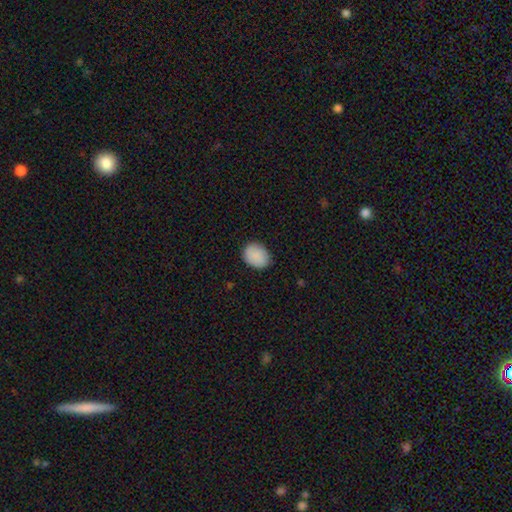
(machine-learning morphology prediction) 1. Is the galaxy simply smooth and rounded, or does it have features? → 89% smooth, 7% star or artifact, 4% featured or disk.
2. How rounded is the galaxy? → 51% in between, 48% round, 1% cigar-shaped.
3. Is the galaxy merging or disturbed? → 85% none, 12% minor disturbance, 2% major disturbance, 1% merger.